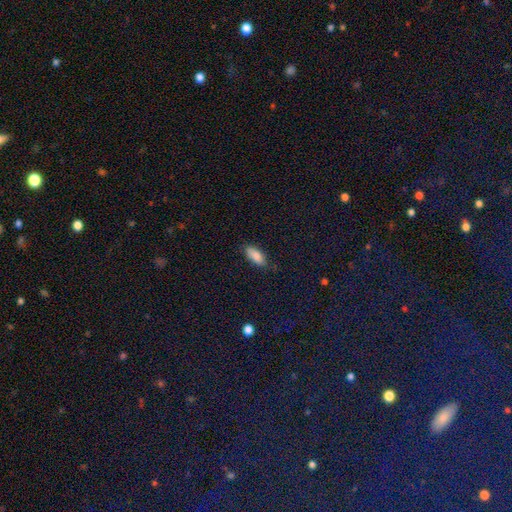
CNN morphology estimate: Q: Smooth or featured?
A: smooth (86%); runner-up: featured or disk (7%)
Q: How rounded?
A: in between (82%); runner-up: cigar-shaped (16%)
Q: Merging?
A: none (81%); runner-up: minor disturbance (15%)